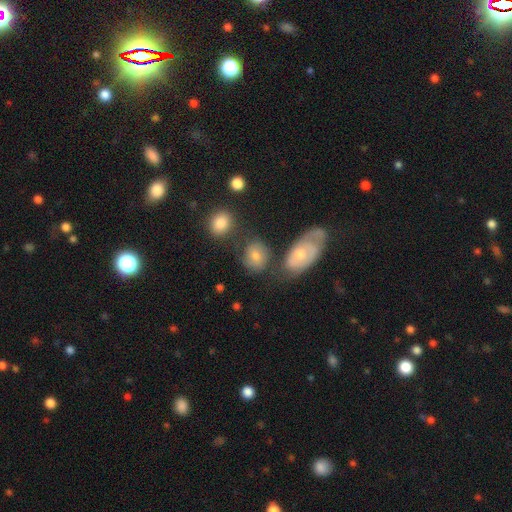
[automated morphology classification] This is likely a smooth galaxy (72%). How rounded: possibly round (58%). Merging: possibly none (59%).